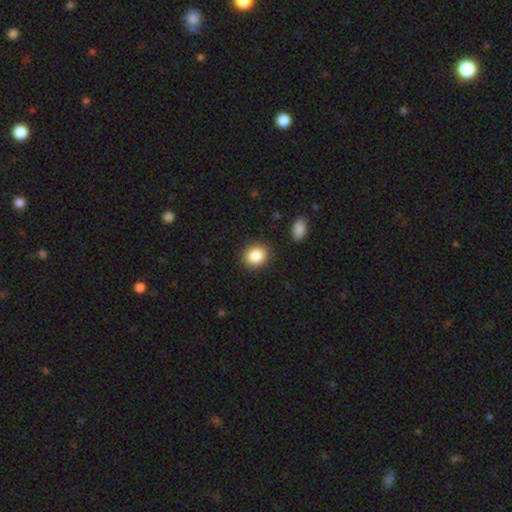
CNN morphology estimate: Smooth or featured: smooth — 86% (star or artifact — 9%)
How rounded: round — 64% (in between — 35%)
Merging: none — 88% (minor disturbance — 8%)